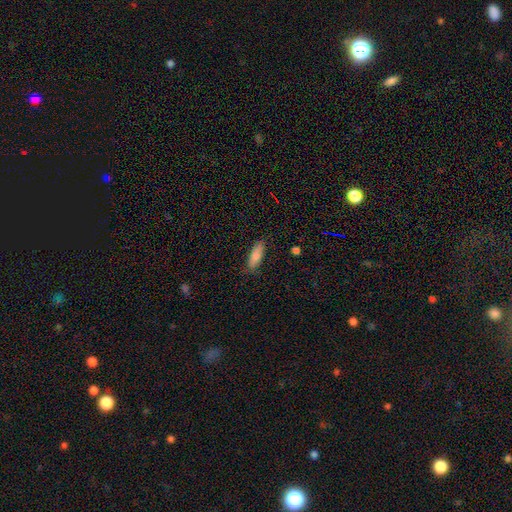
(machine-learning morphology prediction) Smooth or featured: smooth — 79% (featured or disk — 15%)
How rounded: in between — 61% (cigar-shaped — 37%)
Merging: none — 80% (minor disturbance — 15%)